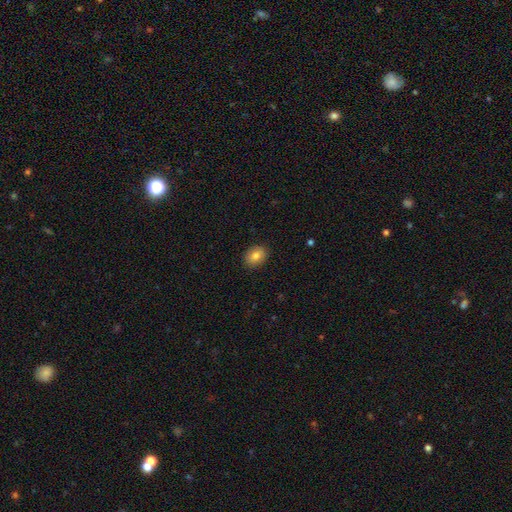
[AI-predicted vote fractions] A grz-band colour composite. It shows a smooth galaxy with no disk features (82%) that is in between round and cigar-shaped (62%). Merging: none (89%).